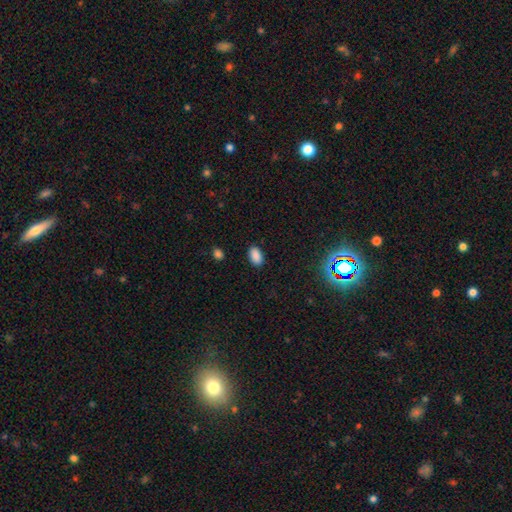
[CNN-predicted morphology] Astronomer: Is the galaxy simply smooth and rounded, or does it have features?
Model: smooth — 87%.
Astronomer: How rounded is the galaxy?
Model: in between — 92%.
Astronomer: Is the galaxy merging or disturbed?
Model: none — 88%.